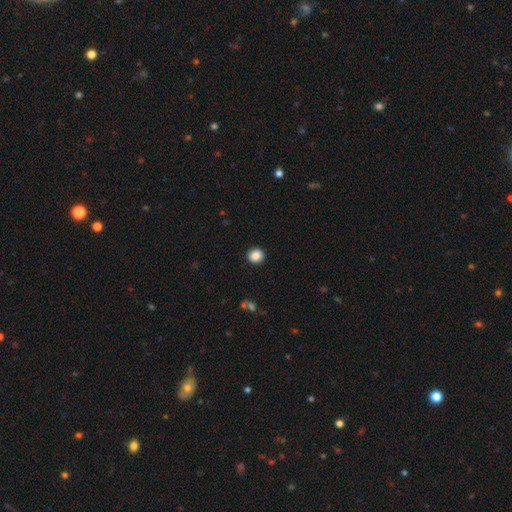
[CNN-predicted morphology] Smooth or featured: smooth — 87% (star or artifact — 9%)
How rounded: round — 88% (in between — 11%)
Merging: none — 92% (minor disturbance — 5%)